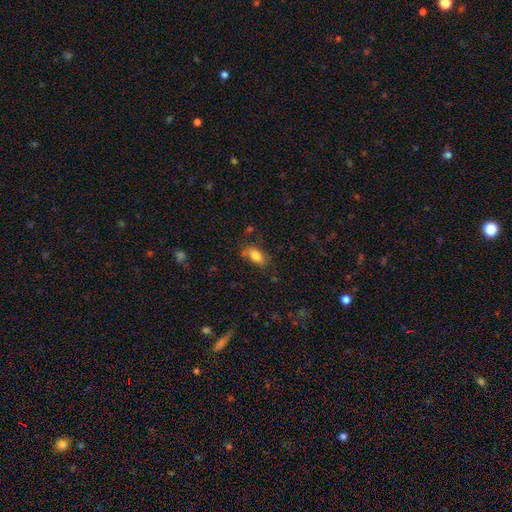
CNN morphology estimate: Smooth or featured: smooth — 80% (featured or disk — 12%)
How rounded: in between — 88% (cigar-shaped — 7%)
Merging: none — 68% (minor disturbance — 22%)